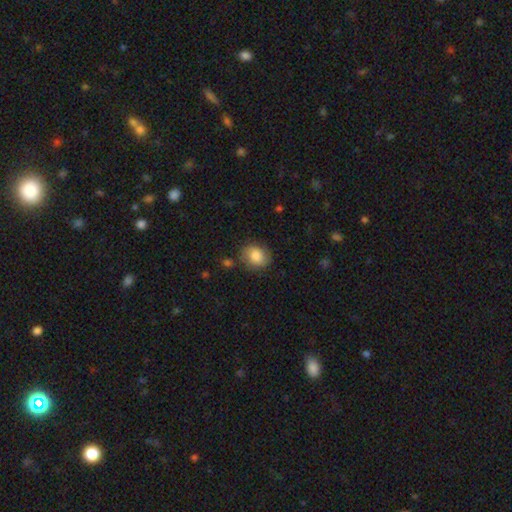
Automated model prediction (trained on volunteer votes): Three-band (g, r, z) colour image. It shows a smooth galaxy with no disk features (77%) that is round (63%). Merging: none (75%).